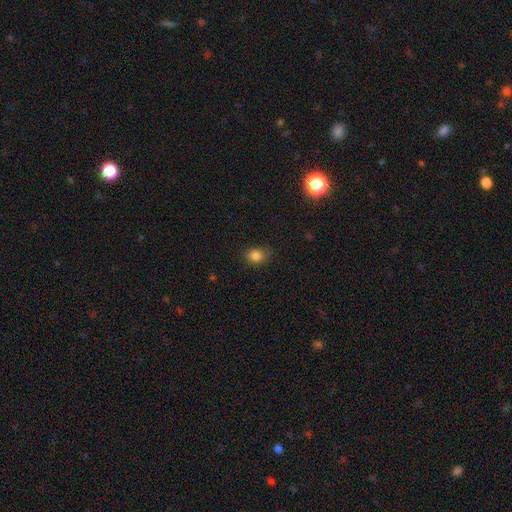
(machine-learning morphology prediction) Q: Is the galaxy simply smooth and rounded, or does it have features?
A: smooth — 83%.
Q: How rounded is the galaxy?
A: round — 56%.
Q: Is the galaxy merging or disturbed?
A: none — 77%.